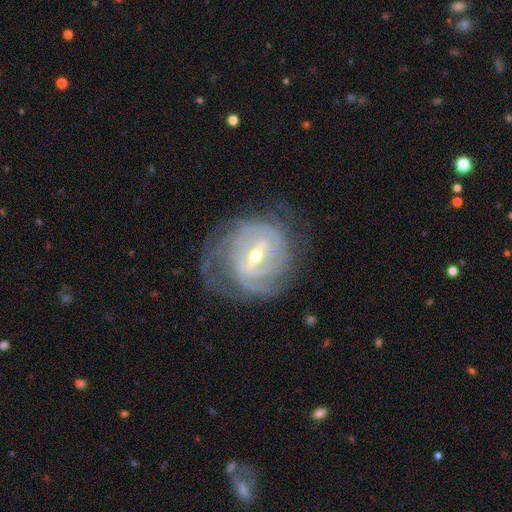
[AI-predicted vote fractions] smooth_or_featured: featured or disk (p=0.90) [alt: star or artifact p=0.05]
disk_edge_on: no (p=0.96) [alt: yes p=0.04]
bar: strong (p=0.53) [alt: weak p=0.39]
has_spiral_arms: yes (p=0.96) [alt: no p=0.04]
spiral_winding: tight (p=0.74) [alt: medium p=0.21]
spiral_arm_count: can't tell (p=0.32) [alt: 4 p=0.21]
bulge_size: small (p=0.50) [alt: moderate p=0.47]
merging: none (p=0.72) [alt: minor disturbance p=0.17]